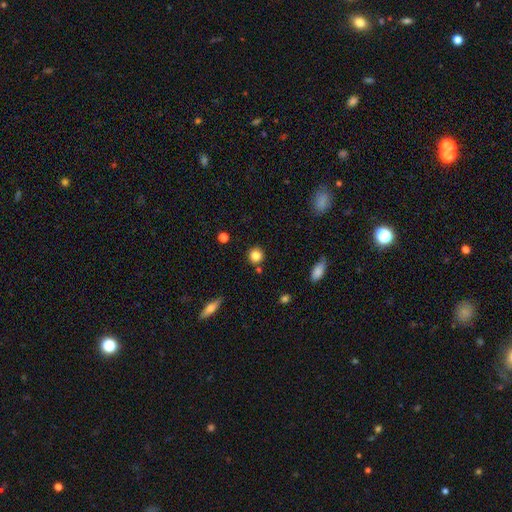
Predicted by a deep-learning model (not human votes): Q: Smooth or featured?
A: smooth (83%); runner-up: star or artifact (11%)
Q: How rounded?
A: round (91%); runner-up: in between (8%)
Q: Merging?
A: none (84%); runner-up: minor disturbance (8%)